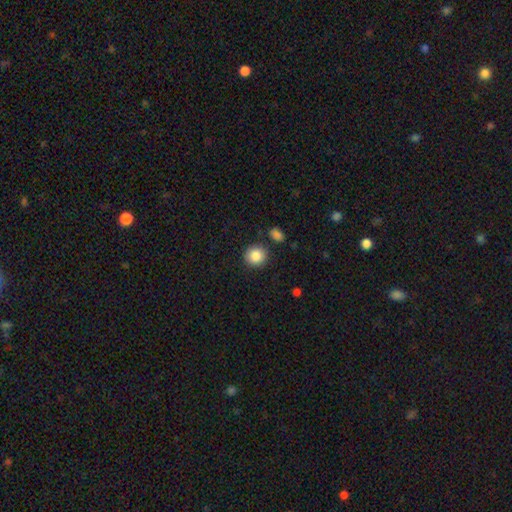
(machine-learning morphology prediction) Q: Smooth or featured?
A: smooth (87%); runner-up: star or artifact (8%)
Q: How rounded?
A: round (88%); runner-up: in between (11%)
Q: Merging?
A: none (86%); runner-up: minor disturbance (8%)